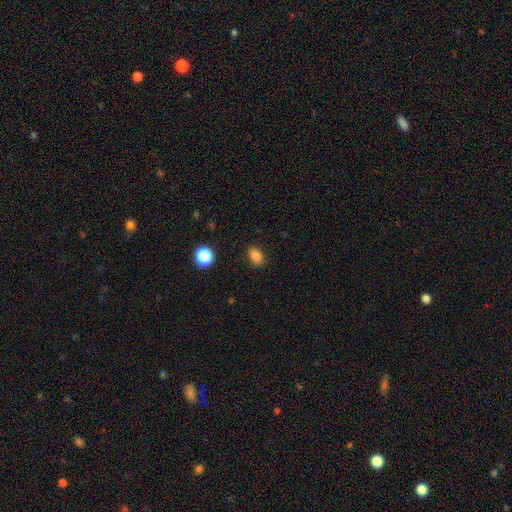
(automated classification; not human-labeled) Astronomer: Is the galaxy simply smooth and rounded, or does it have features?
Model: smooth — 83%.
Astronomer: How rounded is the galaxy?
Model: in between — 73%.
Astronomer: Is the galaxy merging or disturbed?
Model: none — 86%.